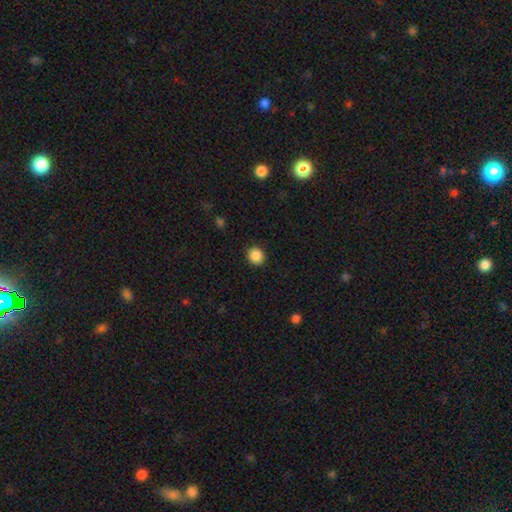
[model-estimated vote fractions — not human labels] smooth-or-featured: smooth: 87% | star or artifact: 9% | featured or disk: 3%
  how-rounded: round: 85% | in between: 14% | cigar-shaped: 1%
  merging: none: 91% | minor disturbance: 6% | major disturbance: 2% | merger: 1%